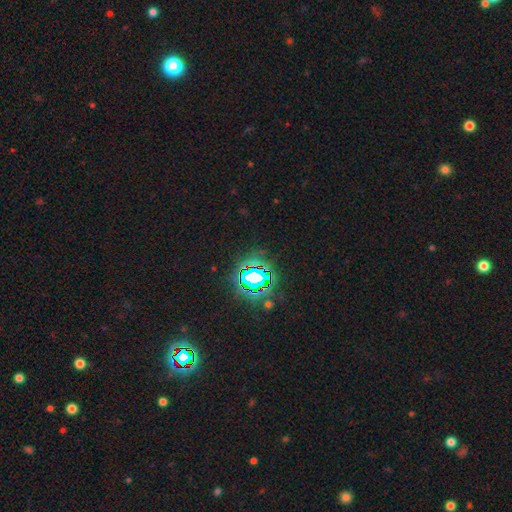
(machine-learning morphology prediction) smooth_or_featured: star or artifact (p=0.83) [alt: smooth p=0.10]